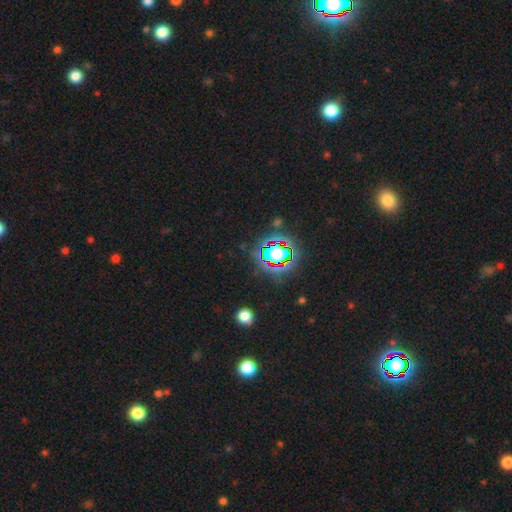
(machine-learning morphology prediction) smooth_or_featured: star or artifact (p=0.81) [alt: smooth p=0.11]